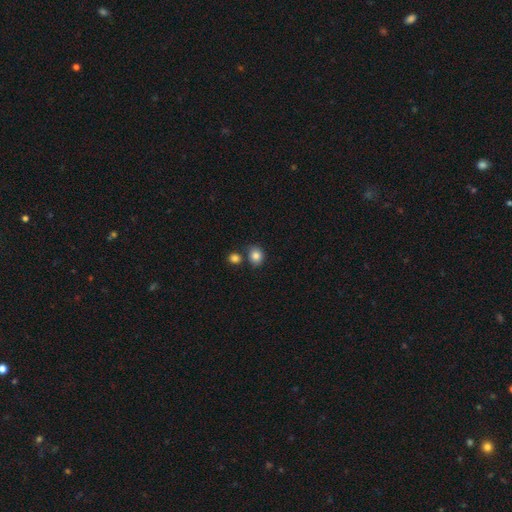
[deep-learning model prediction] Smooth or featured? smooth (84%)
How rounded? round (73%)
Merging? none (70%)